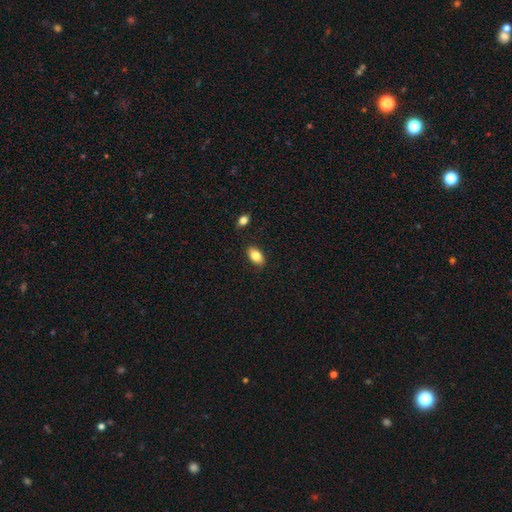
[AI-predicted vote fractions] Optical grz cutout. It shows a smooth galaxy with no disk features (82%) that is in between round and cigar-shaped (91%). Merging: none (87%).